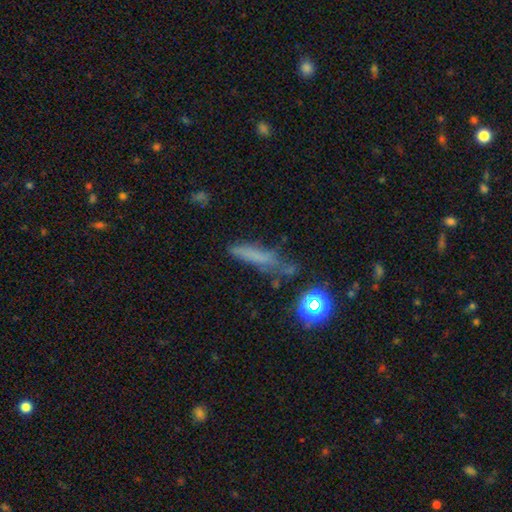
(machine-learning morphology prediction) smooth_or_featured: smooth (p=0.63) [alt: featured or disk p=0.20]
how_rounded: cigar-shaped (p=0.82) [alt: in between p=0.13]
merging: none (p=0.64) [alt: minor disturbance p=0.21]